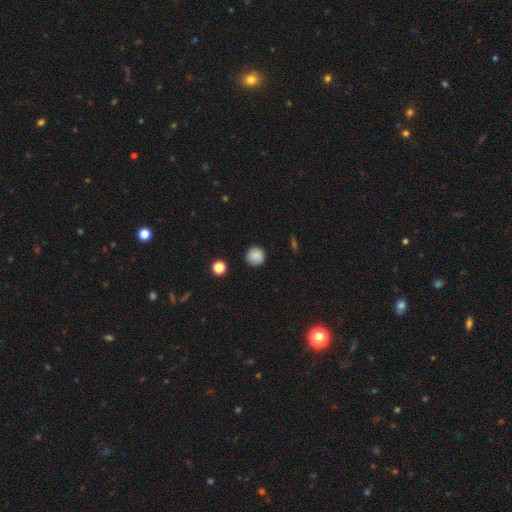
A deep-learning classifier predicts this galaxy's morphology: smooth 86%, star or artifact 9%, featured or disk 4%. Down the decision tree: how rounded — round (94%); merging — none (89%).